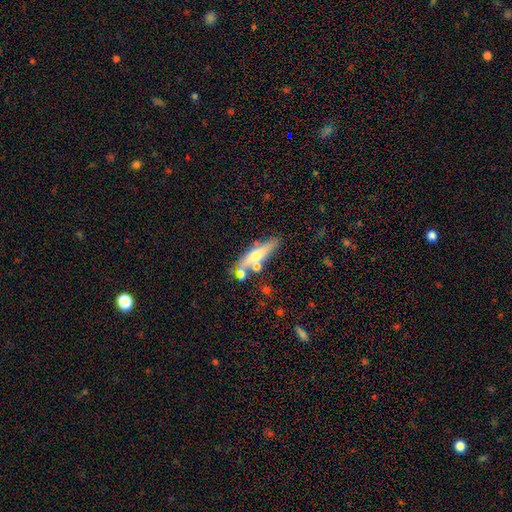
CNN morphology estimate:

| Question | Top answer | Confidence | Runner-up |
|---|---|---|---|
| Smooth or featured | smooth | 50% | featured or disk (42%) |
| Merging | none | 63% | merger (16%) |